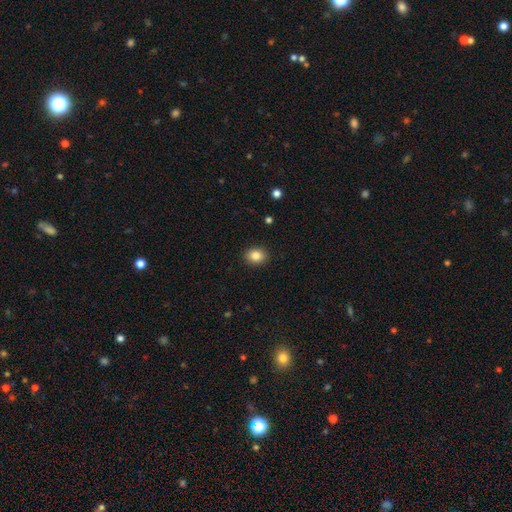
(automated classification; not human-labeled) smooth-or-featured: smooth: 85% | star or artifact: 9% | featured or disk: 6%
  how-rounded: in between: 54% | round: 45% | cigar-shaped: 1%
  merging: none: 90% | minor disturbance: 7% | major disturbance: 2% | merger: 1%